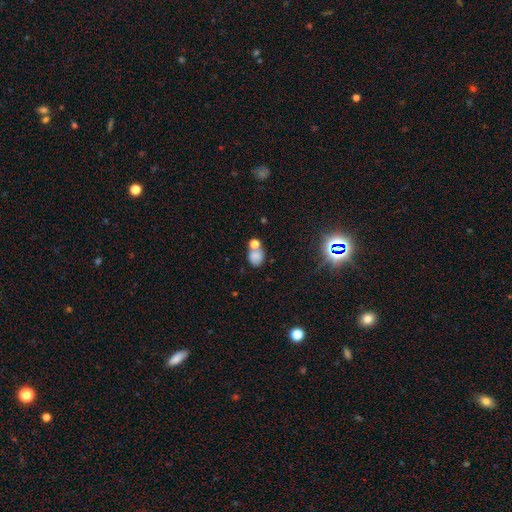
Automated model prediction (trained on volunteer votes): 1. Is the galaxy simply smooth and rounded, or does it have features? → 73% smooth, 14% star or artifact, 13% featured or disk.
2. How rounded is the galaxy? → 52% round, 47% in between, 1% cigar-shaped.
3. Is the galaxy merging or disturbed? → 42% none, 37% merger, 14% minor disturbance, 7% major disturbance.